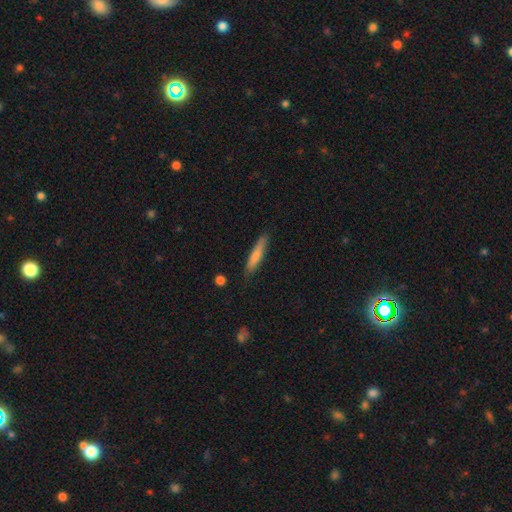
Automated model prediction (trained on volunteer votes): Smooth or featured?
  - smooth: 75% *
  - featured or disk: 20%
  - star or artifact: 6%
How rounded?
  - cigar-shaped: 89% *
  - in between: 10%
  - round: 1%
Merging?
  - none: 83% *
  - minor disturbance: 13%
  - major disturbance: 2%
  - merger: 2%